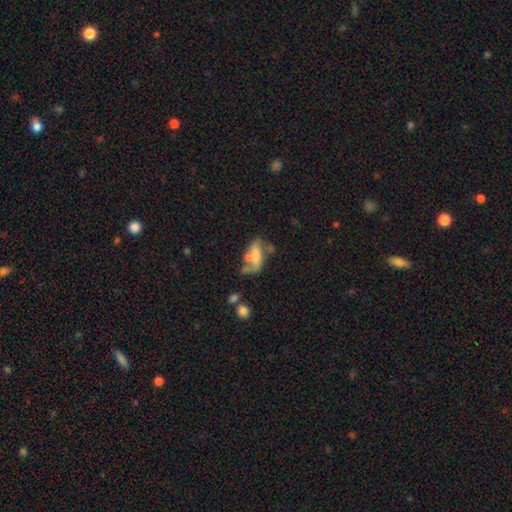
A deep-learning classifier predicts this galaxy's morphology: A smooth galaxy with no disk features (46%).

Vote fractions:
- Smooth or featured? smooth: 46% / featured or disk: 45% / star or artifact: 10%
- Merging? none: 31% / merger: 27% / major disturbance: 21% / minor disturbance: 21%